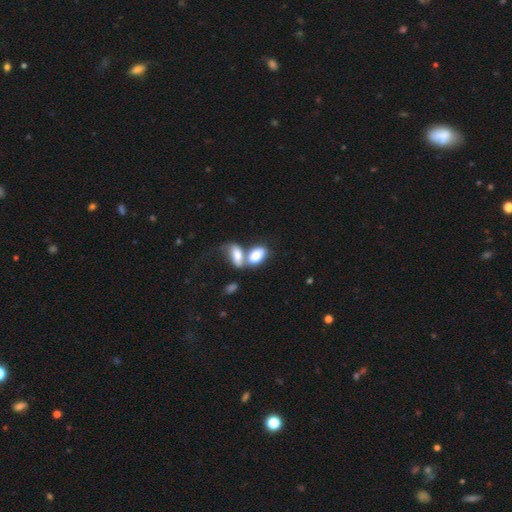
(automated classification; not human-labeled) A smooth galaxy with no disk features (78%) that is in between round and cigar-shaped (91%).

Vote fractions:
- Smooth or featured? smooth: 78% / featured or disk: 15% / star or artifact: 7%
- How rounded? in between: 91% / round: 5% / cigar-shaped: 4%
- Merging? merger: 67% / none: 20% / minor disturbance: 7% / major disturbance: 6%